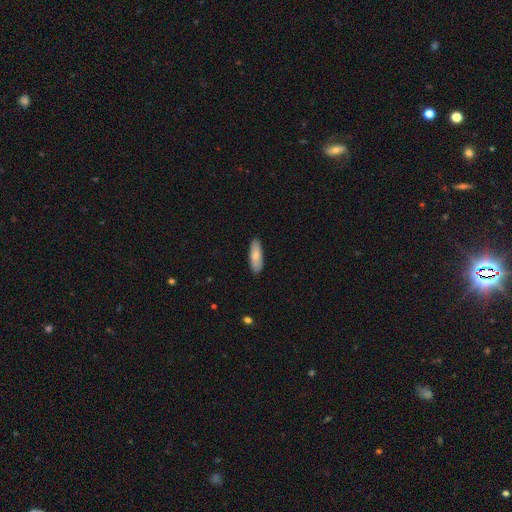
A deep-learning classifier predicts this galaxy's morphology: Smooth or featured?
  - smooth: 81% *
  - featured or disk: 14%
  - star or artifact: 6%
How rounded?
  - in between: 55% *
  - cigar-shaped: 43%
  - round: 2%
Merging?
  - none: 89% *
  - minor disturbance: 9%
  - major disturbance: 2%
  - merger: 1%